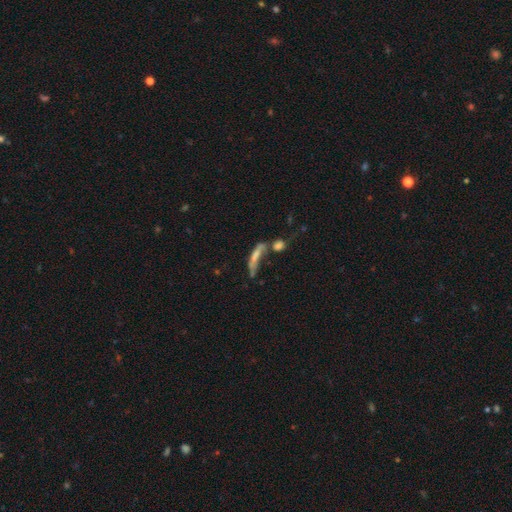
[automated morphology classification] This is possibly a smooth galaxy (49%). Merging: possibly merger (45%).